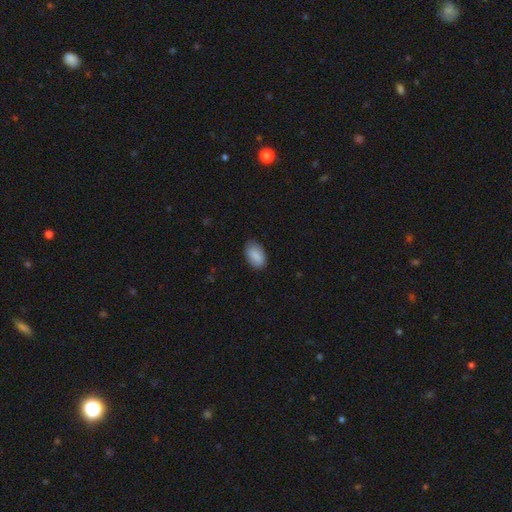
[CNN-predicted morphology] smooth 86%, featured or disk 8%, star or artifact 7%. Down the decision tree: how rounded — in between (93%); merging — none (82%).